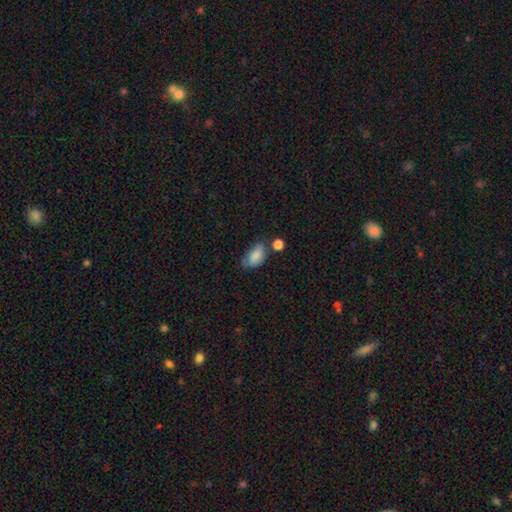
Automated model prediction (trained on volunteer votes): Smooth or featured: smooth — 83% (featured or disk — 9%)
How rounded: in between — 91% (round — 7%)
Merging: none — 45% (minor disturbance — 33%)